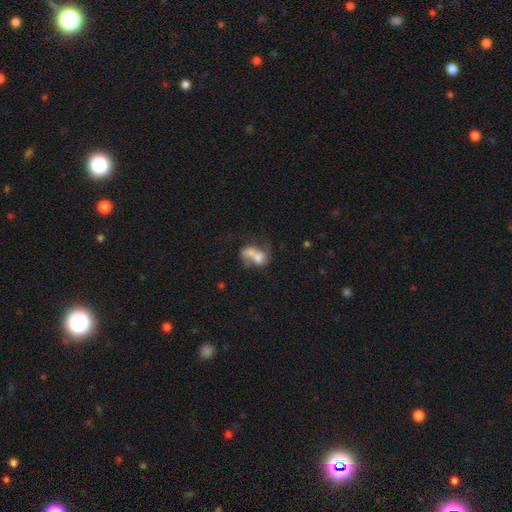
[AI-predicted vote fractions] Morphology: type=smooth (56%); roundness=in between (70%); merging=merger (57%).